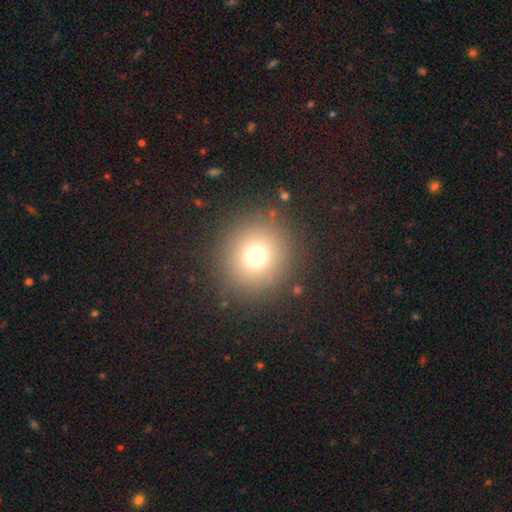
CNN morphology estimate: type=smooth (70%); roundness=round (93%); merging=none (88%).